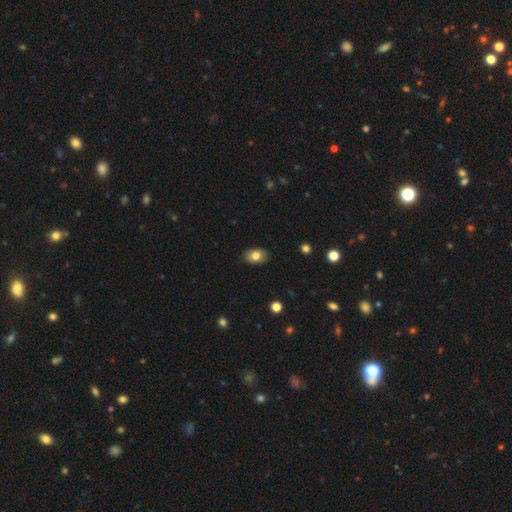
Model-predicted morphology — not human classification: type=smooth (81%); roundness=in between (85%); merging=none (87%).